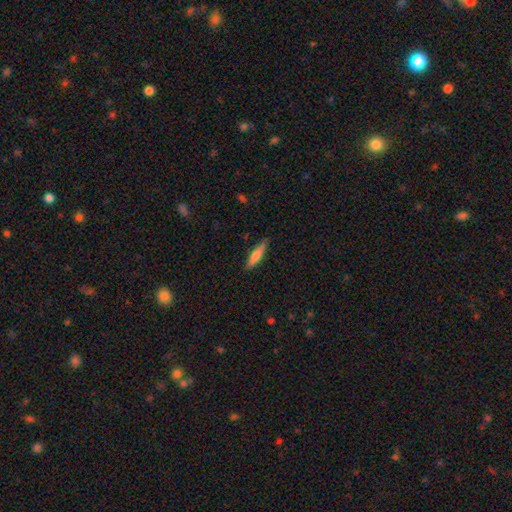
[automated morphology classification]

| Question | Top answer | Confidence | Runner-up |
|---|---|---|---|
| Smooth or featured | smooth | 77% | featured or disk (18%) |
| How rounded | cigar-shaped | 78% | in between (20%) |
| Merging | none | 85% | minor disturbance (12%) |